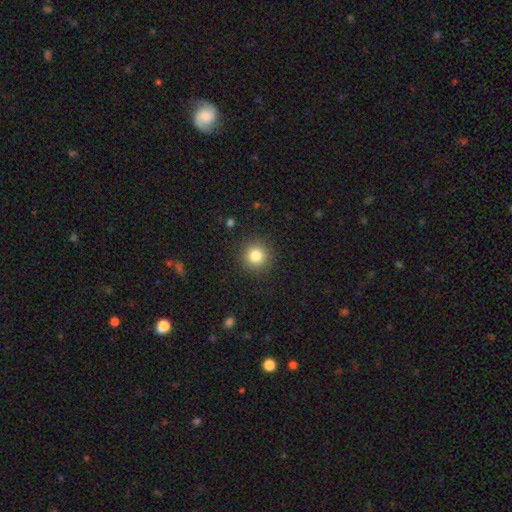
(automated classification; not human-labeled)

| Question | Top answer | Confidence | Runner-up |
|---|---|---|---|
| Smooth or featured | smooth | 82% | star or artifact (12%) |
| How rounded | round | 94% | in between (5%) |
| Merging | none | 91% | minor disturbance (6%) |